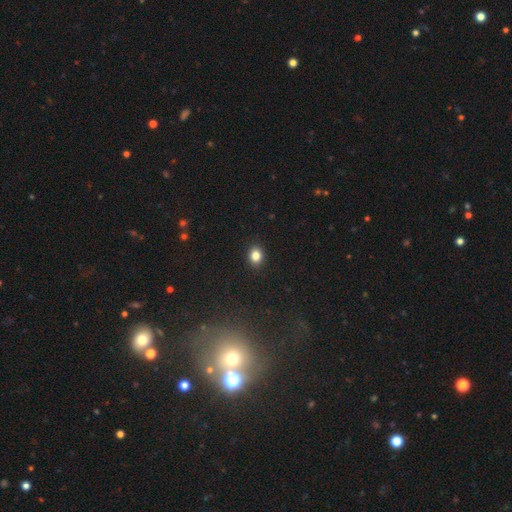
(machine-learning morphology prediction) type=smooth (84%); roundness=round (54%); merging=none (91%).